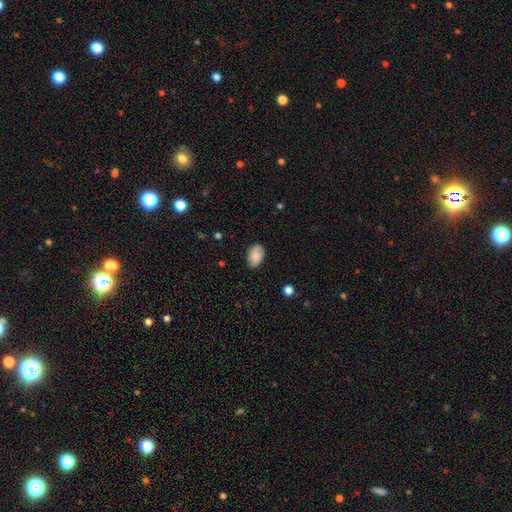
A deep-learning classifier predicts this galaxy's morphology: Smooth or featured?
  - smooth: 71% *
  - featured or disk: 21%
  - star or artifact: 8%
How rounded?
  - in between: 87% *
  - round: 11%
  - cigar-shaped: 1%
Merging?
  - none: 78% *
  - minor disturbance: 17%
  - major disturbance: 3%
  - merger: 1%